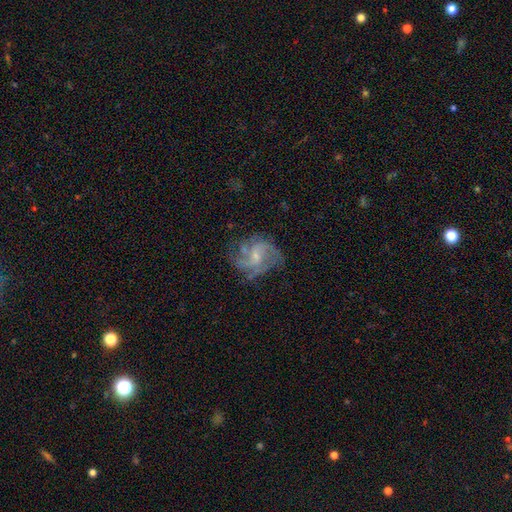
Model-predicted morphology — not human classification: Smooth or featured?
  - featured or disk: 81% *
  - smooth: 11%
  - star or artifact: 8%
Edge-on disk?
  - no: 98% *
  - yes: 2%
Bar?
  - no: 52% *
  - weak: 41%
  - strong: 7%
Spiral arms?
  - yes: 93% *
  - no: 7%
Spiral winding?
  - medium: 50% *
  - tight: 25%
  - loose: 25%
Spiral arm count?
  - 3: 32% *
  - can't tell: 20%
  - 2: 20%
  - 4: 16%
  - more than 4: 6%
  - 1: 6%
Bulge size?
  - small: 60% *
  - moderate: 28%
  - none: 10%
  - large: 2%
  - dominant: 1%
Merging?
  - none: 62% *
  - minor disturbance: 21%
  - major disturbance: 15%
  - merger: 2%